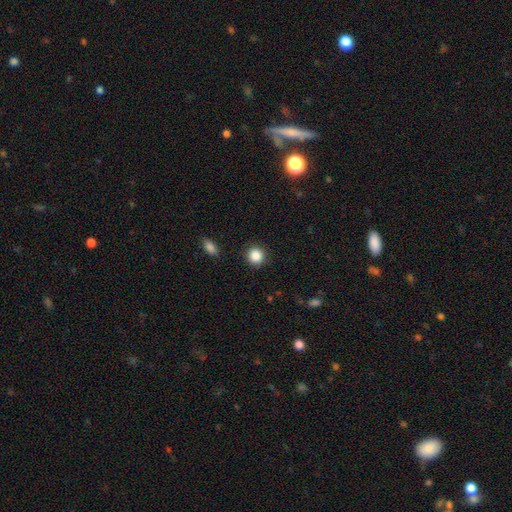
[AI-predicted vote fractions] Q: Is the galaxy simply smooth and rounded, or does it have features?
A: smooth — 87%.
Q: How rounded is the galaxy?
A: round — 90%.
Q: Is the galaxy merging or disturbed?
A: none — 90%.